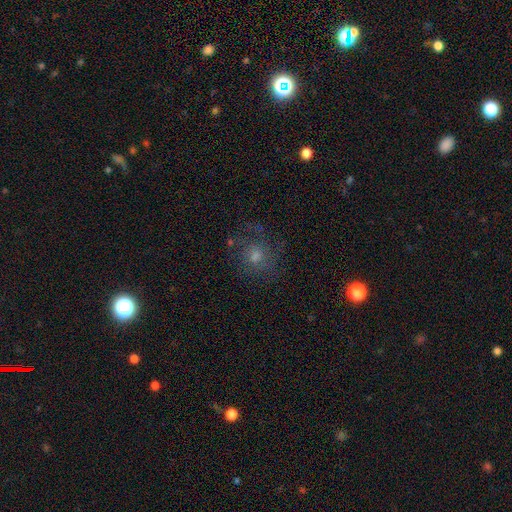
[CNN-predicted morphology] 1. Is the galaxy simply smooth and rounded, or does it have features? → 42% featured or disk, 36% smooth, 22% star or artifact.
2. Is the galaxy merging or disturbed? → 67% none, 17% minor disturbance, 14% major disturbance, 2% merger.